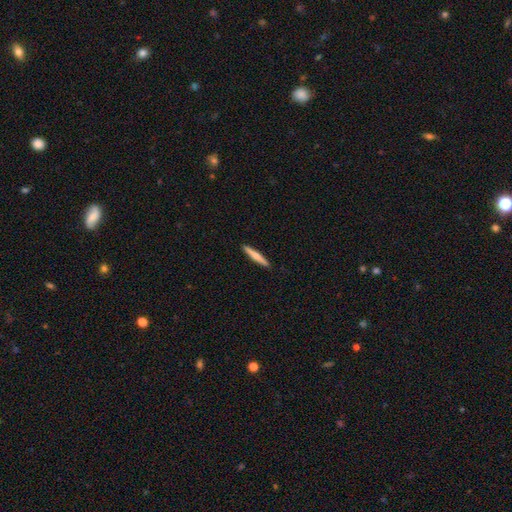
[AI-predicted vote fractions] smooth_or_featured: smooth (p=0.59) [alt: featured or disk p=0.36]
how_rounded: cigar-shaped (p=0.94) [alt: in between p=0.04]
merging: none (p=0.92) [alt: minor disturbance p=0.06]